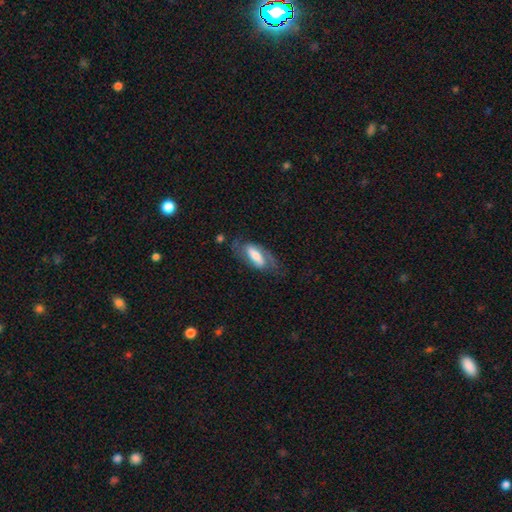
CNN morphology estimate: Smooth or featured?
  - featured or disk: 58% *
  - smooth: 36%
  - star or artifact: 7%
Edge-on disk?
  - no: 88% *
  - yes: 12%
Bar?
  - strong: 47% *
  - weak: 30%
  - no: 23%
Spiral arms?
  - yes: 82% *
  - no: 18%
Bulge size?
  - moderate: 40% *
  - large: 26%
  - small: 24%
  - none: 6%
  - dominant: 5%
Merging?
  - none: 60% *
  - minor disturbance: 22%
  - major disturbance: 16%
  - merger: 2%